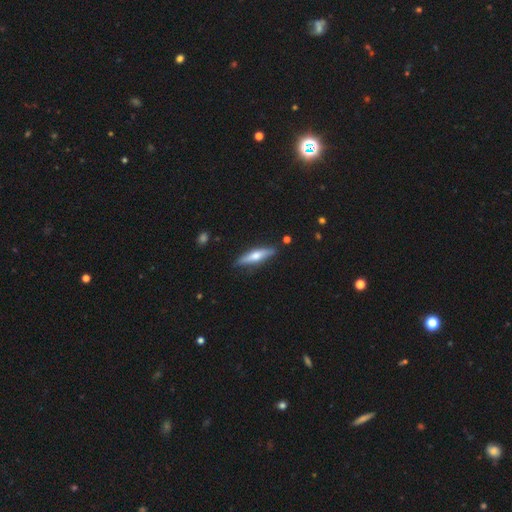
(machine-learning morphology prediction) Smooth or featured? featured or disk (49%)
Merging? none (86%)